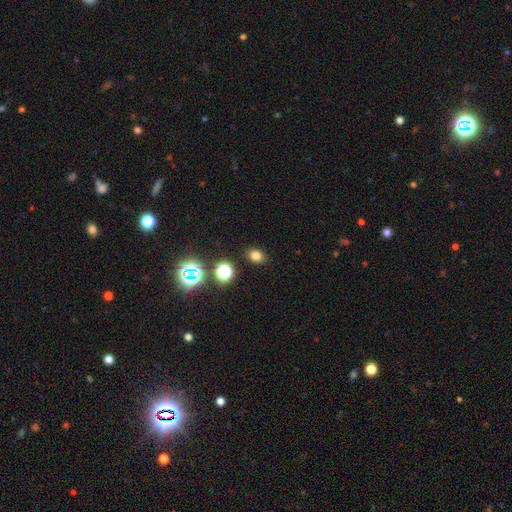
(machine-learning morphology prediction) Smooth or featured: smooth — 75% (star or artifact — 18%)
How rounded: in between — 63% (round — 36%)
Merging: none — 87% (minor disturbance — 8%)